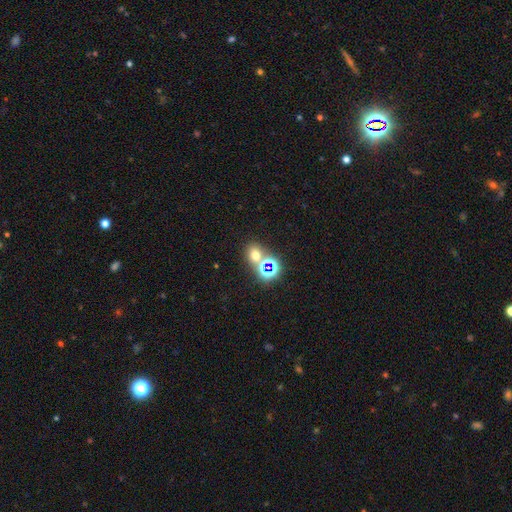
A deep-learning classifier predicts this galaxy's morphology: The model was most divided on "how rounded": round: 59%, in between: 40%, cigar-shaped: 1%. More confident: merging — none (62%); smooth or featured — smooth (56%).